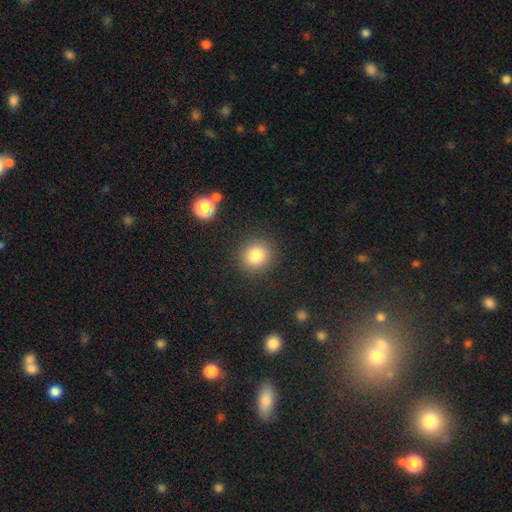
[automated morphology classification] The model was most divided on "how rounded": round: 84%, in between: 15%, cigar-shaped: 1%. More confident: merging — none (88%); smooth or featured — smooth (83%).